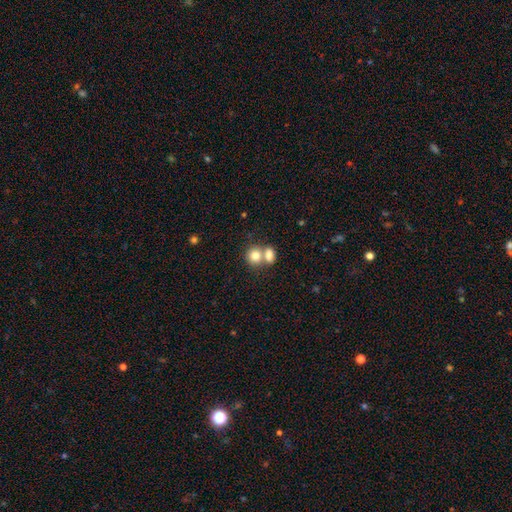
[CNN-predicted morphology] smooth 79%, featured or disk 12%, star or artifact 9%. Down the decision tree: how rounded — round (68%); merging — merger (58%).